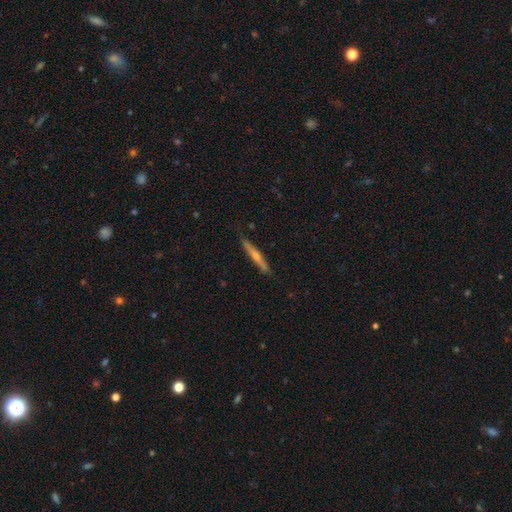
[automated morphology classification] featured or disk 64%, smooth 28%, star or artifact 8%. Down the decision tree: edge-on disk — yes (95%); edge-on bulge — rounded (77%); merging — none (88%).